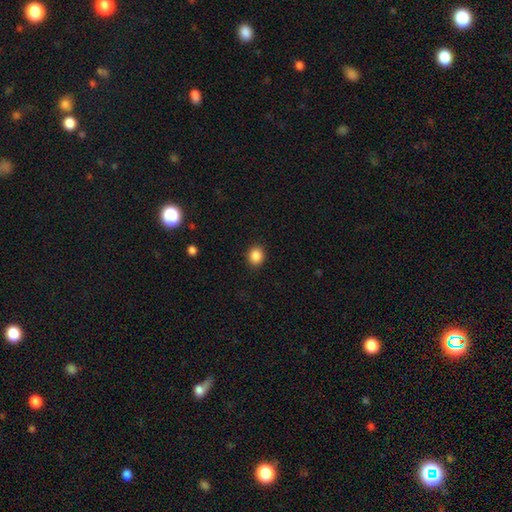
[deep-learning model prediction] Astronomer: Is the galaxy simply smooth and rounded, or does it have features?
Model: smooth — 87%.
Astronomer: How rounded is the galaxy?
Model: round — 75%.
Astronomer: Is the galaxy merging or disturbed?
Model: none — 91%.